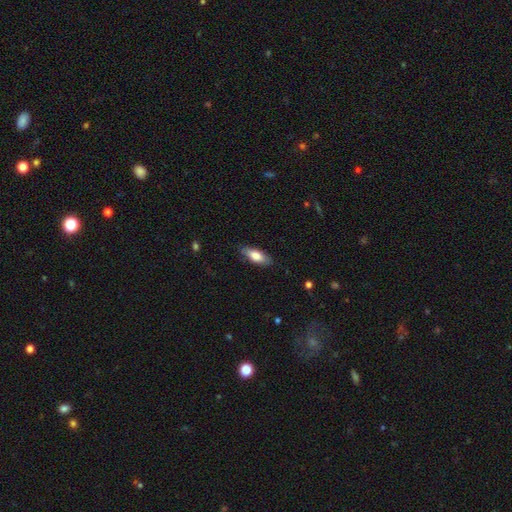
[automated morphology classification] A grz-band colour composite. It shows a smooth galaxy with no disk features (75%) that is in between round and cigar-shaped (73%). Merging: none (85%).